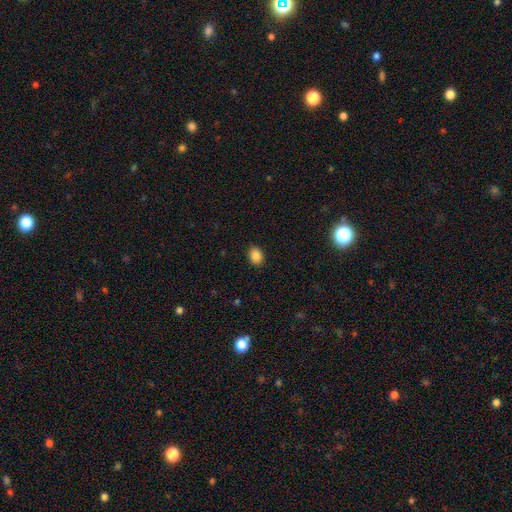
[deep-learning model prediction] Overall: smooth (86%). How rounded: in between (64%; round 35%). Merging: none (89%).